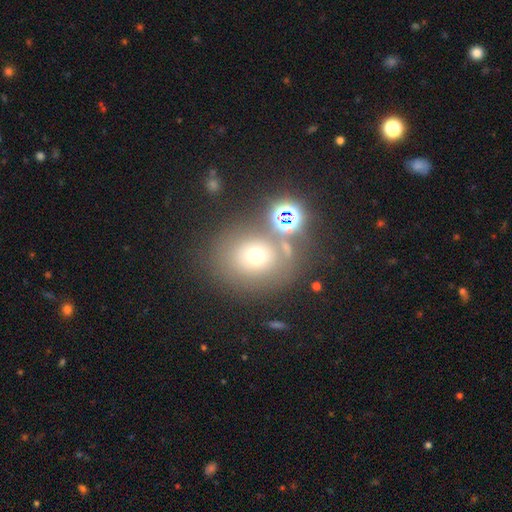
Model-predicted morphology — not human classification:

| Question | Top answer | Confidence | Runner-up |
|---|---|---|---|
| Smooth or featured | smooth | 58% | star or artifact (21%) |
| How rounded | round | 65% | in between (34%) |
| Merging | none | 62% | merger (15%) |